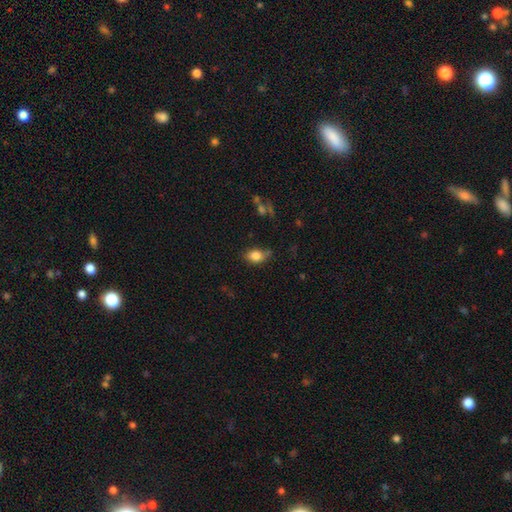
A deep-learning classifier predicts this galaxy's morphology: smooth_or_featured: smooth (p=0.82) [alt: featured or disk p=0.09]
how_rounded: in between (p=0.77) [alt: round p=0.21]
merging: none (p=0.63) [alt: minor disturbance p=0.27]